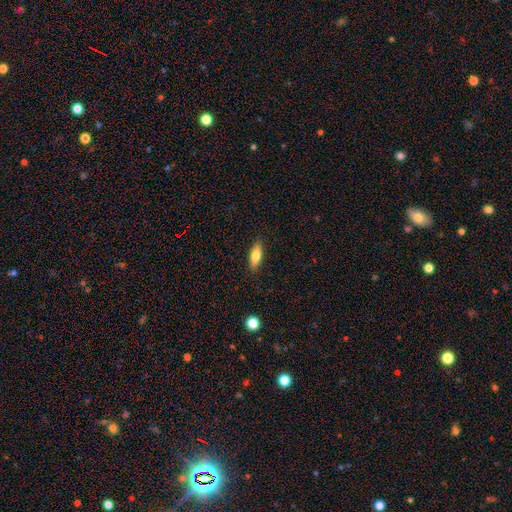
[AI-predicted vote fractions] smooth-or-featured: smooth: 76% | featured or disk: 17% | star or artifact: 7%
  how-rounded: in between: 61% | cigar-shaped: 36% | round: 2%
  merging: none: 88% | minor disturbance: 9% | major disturbance: 2% | merger: 1%